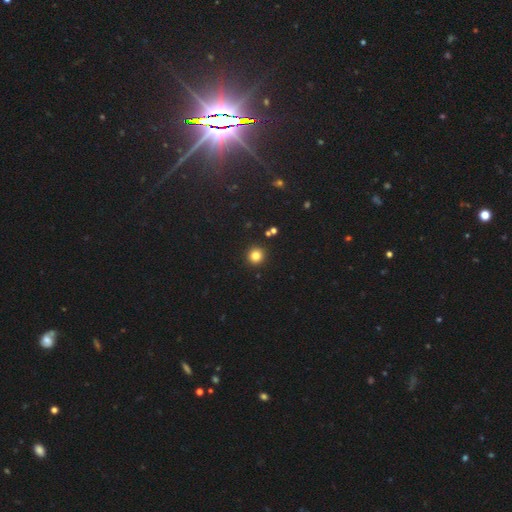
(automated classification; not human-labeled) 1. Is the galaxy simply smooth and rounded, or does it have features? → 82% smooth, 13% star or artifact, 5% featured or disk.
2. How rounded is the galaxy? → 93% round, 6% in between, 1% cigar-shaped.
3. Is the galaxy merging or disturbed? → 91% none, 5% minor disturbance, 2% merger, 2% major disturbance.